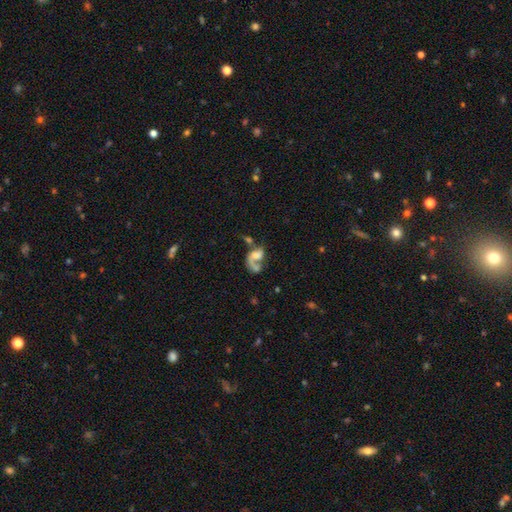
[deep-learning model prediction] smooth_or_featured: featured or disk (p=0.58) [alt: smooth p=0.32]
disk_edge_on: no (p=0.97) [alt: yes p=0.03]
bar: no (p=0.71) [alt: weak p=0.22]
has_spiral_arms: yes (p=0.69) [alt: no p=0.31]
bulge_size: none (p=0.31) [alt: moderate p=0.28]
merging: merger (p=0.39) [alt: major disturbance p=0.30]